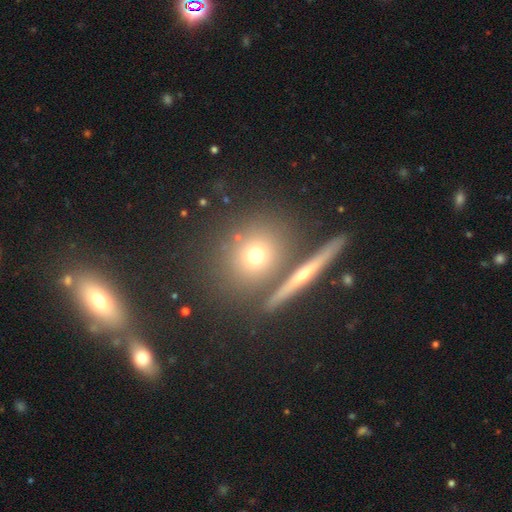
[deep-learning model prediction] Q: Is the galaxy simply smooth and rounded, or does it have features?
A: smooth — 64%.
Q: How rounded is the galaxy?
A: round — 81%.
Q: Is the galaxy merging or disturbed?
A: none — 75%.